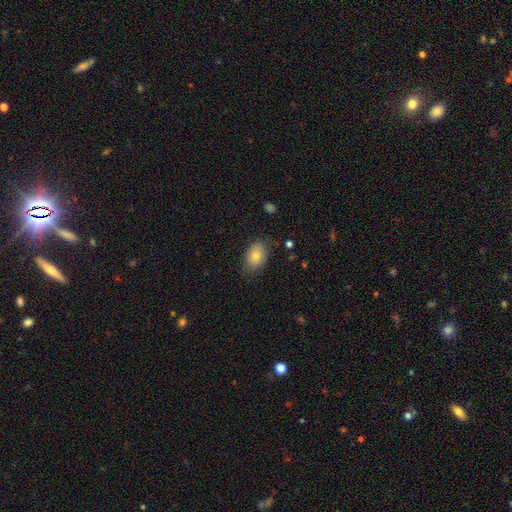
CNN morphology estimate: Q: Smooth or featured?
A: smooth (77%); runner-up: featured or disk (13%)
Q: How rounded?
A: in between (73%); runner-up: round (25%)
Q: Merging?
A: none (74%); runner-up: minor disturbance (20%)